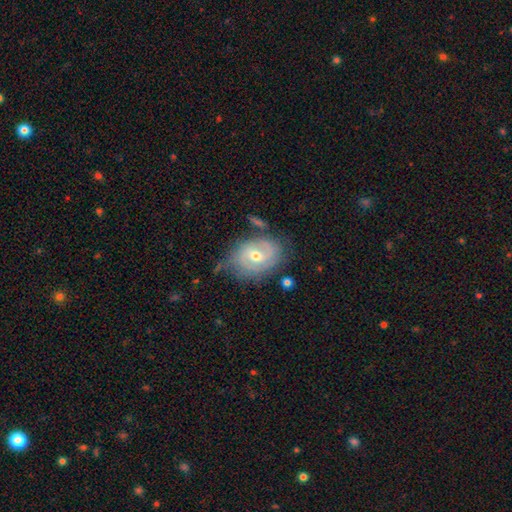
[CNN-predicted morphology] This is likely a featured or disk galaxy (72%). It is clearly not viewed edge-on (96%). Bar: possibly no (51%). Spiral arm pattern: clearly yes (83%). Spiral arm count: possibly 2 (50%). Spiral winding: possibly tight (58%). Central bulge: likely moderate (61%). Merging: likely none (61%).